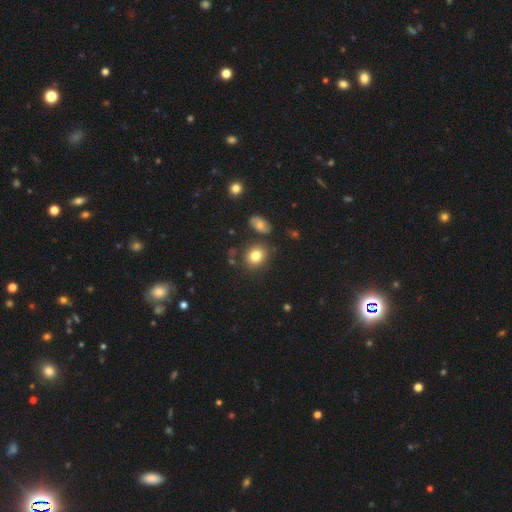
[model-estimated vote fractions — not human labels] The model was most divided on "how rounded": round: 63%, in between: 36%, cigar-shaped: 1%. More confident: smooth or featured — smooth (82%); merging — none (80%).